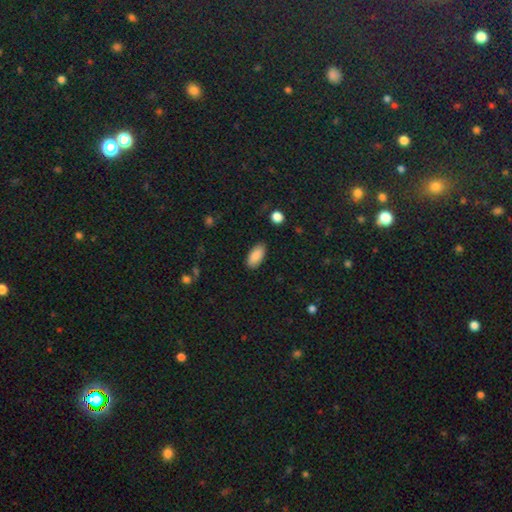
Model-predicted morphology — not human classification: The model was most divided on "merging": none: 87%, minor disturbance: 10%, major disturbance: 2%, merger: 1%. More confident: how rounded — in between (92%); smooth or featured — smooth (89%).